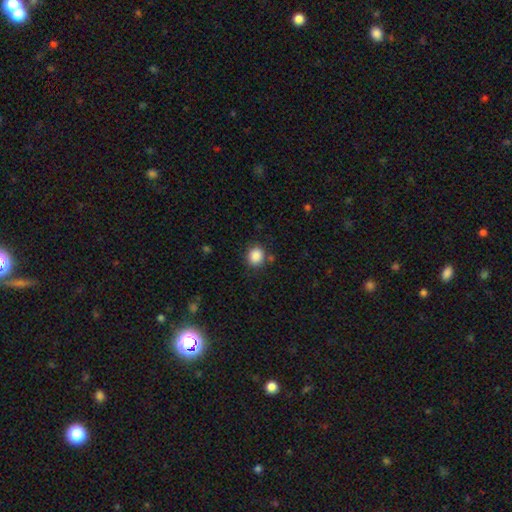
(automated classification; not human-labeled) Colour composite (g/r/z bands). It shows a smooth galaxy with no disk features (87%) that is round (72%). Merging: none (82%).